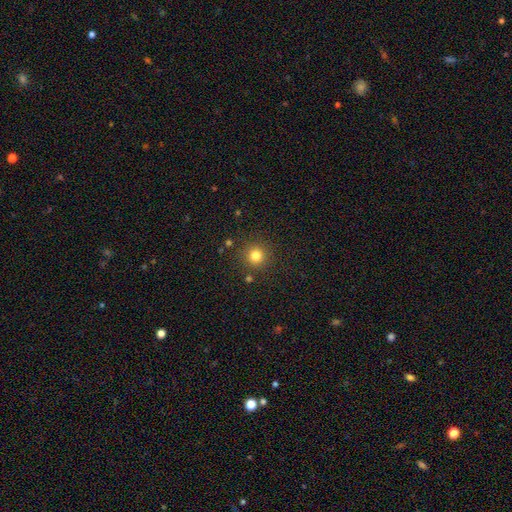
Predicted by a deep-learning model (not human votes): This appears to be a smooth galaxy with no disk features (80%) that is round (95%). Merging: none (88%).